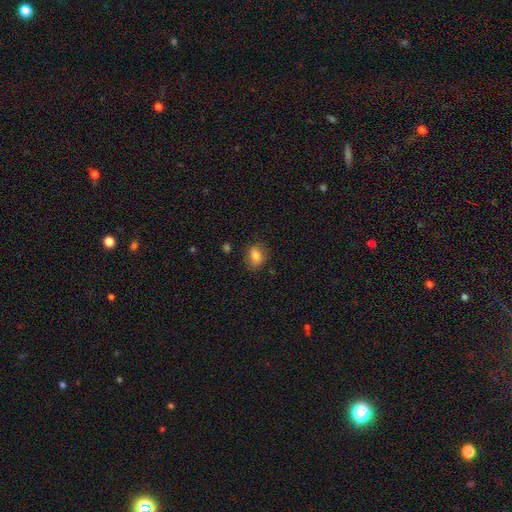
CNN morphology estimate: Smooth or featured? Predicted: smooth (p=0.82). How rounded? Predicted: in between (p=0.66). Merging? Predicted: none (p=0.77).